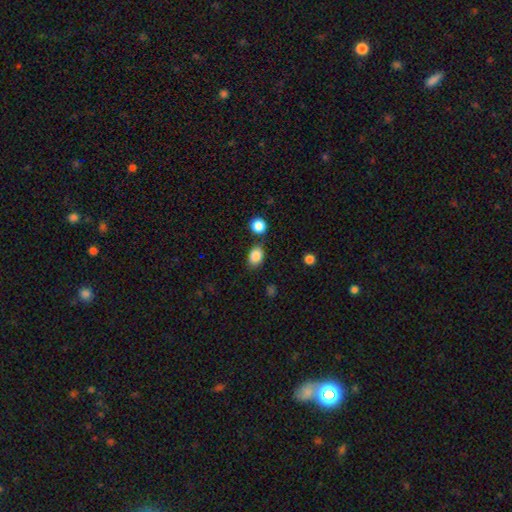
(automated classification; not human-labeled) A smooth galaxy with no disk features (86%) that is in between round and cigar-shaped (71%). Merging: none (74%).